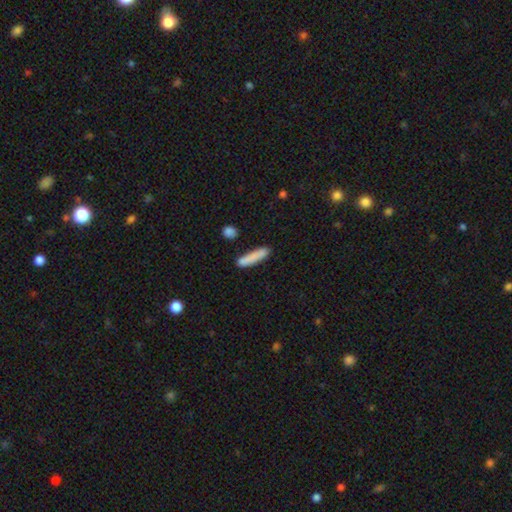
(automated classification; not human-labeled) Overall: smooth (83%). How rounded: cigar-shaped (85%). Merging: none (76%).